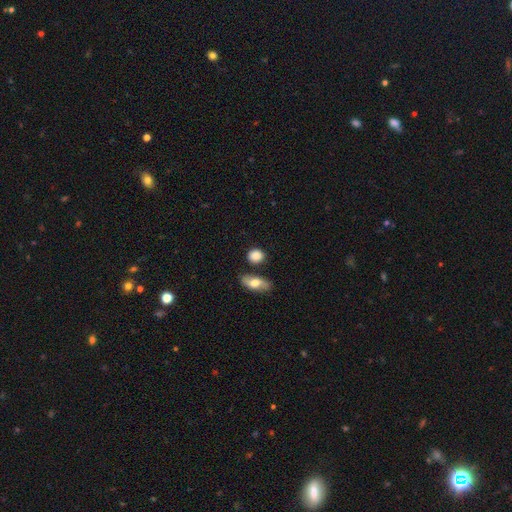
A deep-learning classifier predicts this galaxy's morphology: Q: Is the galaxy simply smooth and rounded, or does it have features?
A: smooth — 86%.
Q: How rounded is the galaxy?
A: round — 64%.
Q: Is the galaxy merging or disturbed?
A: none — 75%.